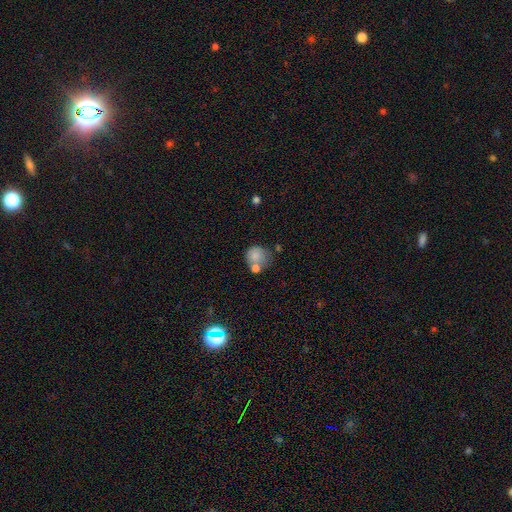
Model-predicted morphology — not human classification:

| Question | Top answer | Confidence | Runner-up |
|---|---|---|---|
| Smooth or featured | smooth | 76% | featured or disk (14%) |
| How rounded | round | 81% | in between (19%) |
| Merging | none | 42% | merger (30%) |